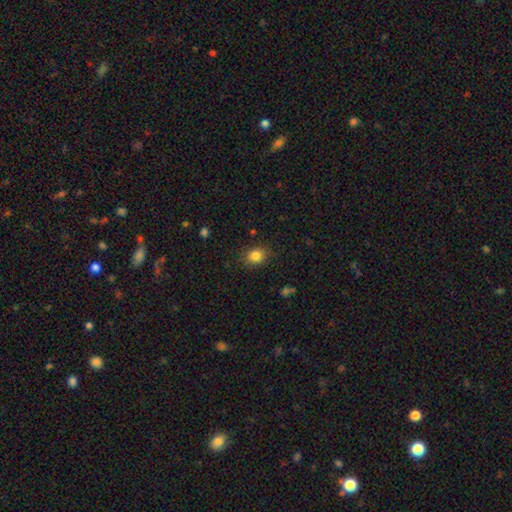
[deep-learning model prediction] smooth 84%, star or artifact 11%, featured or disk 5%. Down the decision tree: how rounded — round (58%); merging — none (84%).